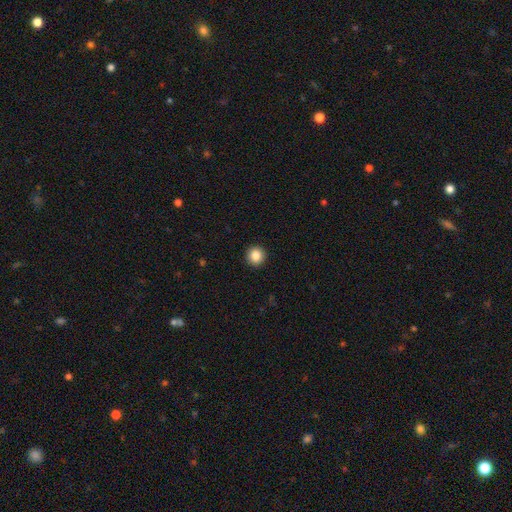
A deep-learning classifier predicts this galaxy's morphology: smooth-or-featured: smooth: 86% | star or artifact: 10% | featured or disk: 5%
  how-rounded: round: 95% | in between: 4% | cigar-shaped: 1%
  merging: none: 94% | minor disturbance: 4% | major disturbance: 1% | merger: 1%